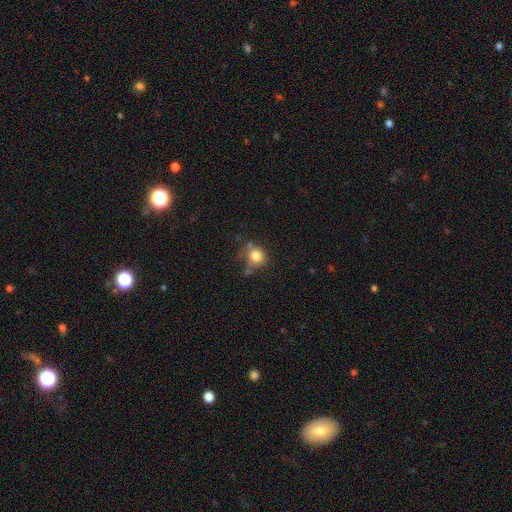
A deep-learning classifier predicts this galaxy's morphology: This appears to be a smooth galaxy with no disk features (80%) that is round (82%). Merging: none (57%).